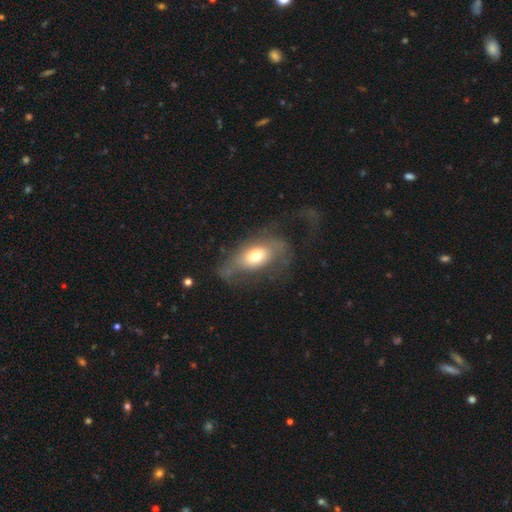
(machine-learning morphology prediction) Smooth or featured?
  - smooth: 54% *
  - featured or disk: 38%
  - star or artifact: 8%
How rounded?
  - in between: 84% *
  - round: 10%
  - cigar-shaped: 6%
Merging?
  - major disturbance: 37% * (tied)
  - none: 37% * (tied)
  - minor disturbance: 23%
  - merger: 3%